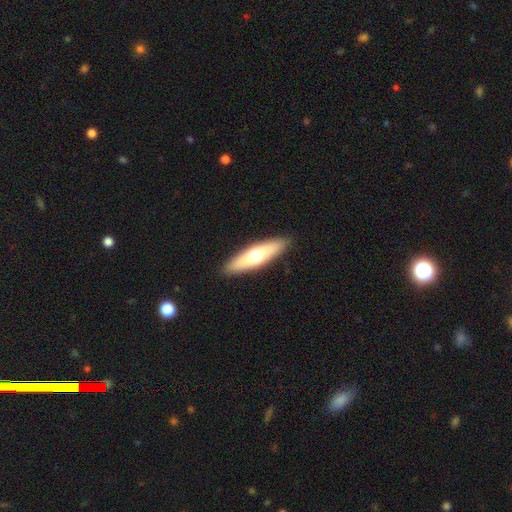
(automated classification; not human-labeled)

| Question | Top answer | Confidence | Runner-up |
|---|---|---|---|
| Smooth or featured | smooth | 56% | featured or disk (39%) |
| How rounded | cigar-shaped | 64% | in between (34%) |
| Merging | none | 89% | minor disturbance (8%) |